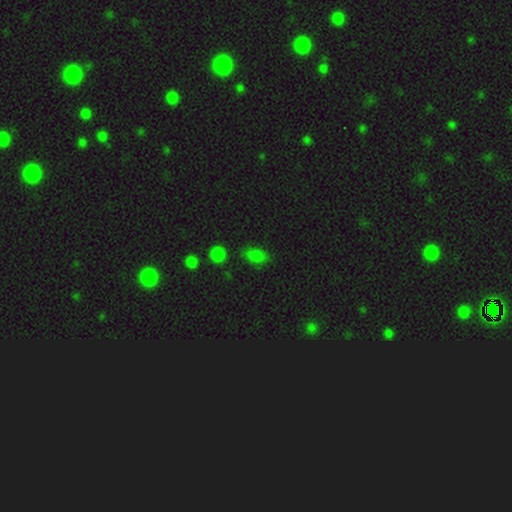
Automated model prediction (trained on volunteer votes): smooth 76%, star or artifact 19%, featured or disk 5%. Down the decision tree: how rounded — in between (83%); merging — none (77%).